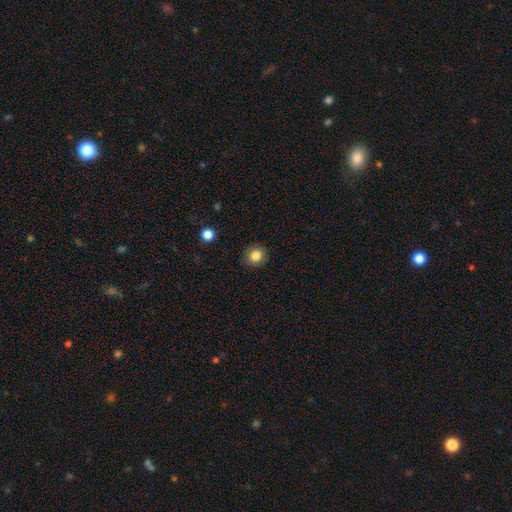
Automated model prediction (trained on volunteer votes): Smooth or featured? Predicted: smooth (p=0.84). How rounded? Predicted: round (p=0.88). Merging? Predicted: none (p=0.90).